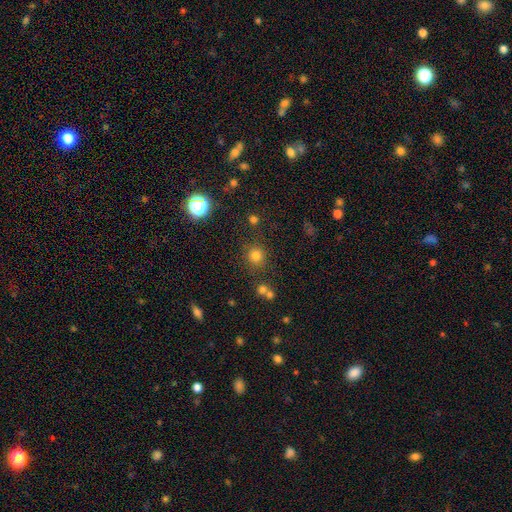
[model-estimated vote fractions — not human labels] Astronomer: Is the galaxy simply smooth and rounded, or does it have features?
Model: smooth — 77%.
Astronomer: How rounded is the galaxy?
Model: round — 91%.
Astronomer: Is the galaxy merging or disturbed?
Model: none — 80%.